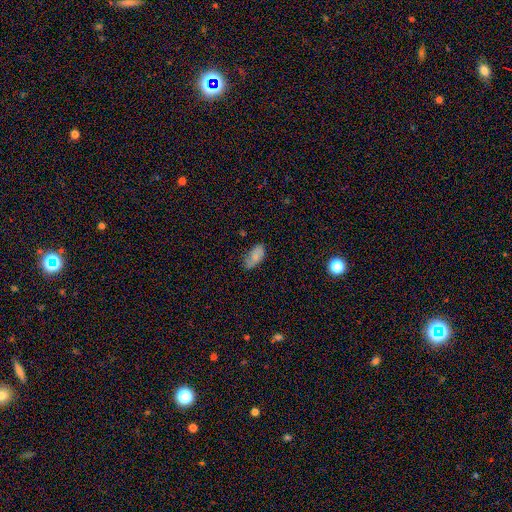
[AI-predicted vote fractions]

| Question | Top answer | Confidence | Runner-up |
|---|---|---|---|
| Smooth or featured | smooth | 75% | featured or disk (16%) |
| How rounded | in between | 93% | cigar-shaped (4%) |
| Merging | none | 71% | minor disturbance (23%) |